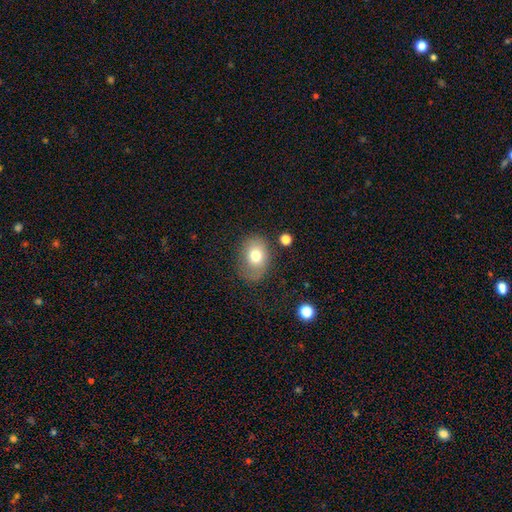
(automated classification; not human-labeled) smooth 74%, featured or disk 17%, star or artifact 9%. Down the decision tree: how rounded — in between (63%); merging — none (60%).